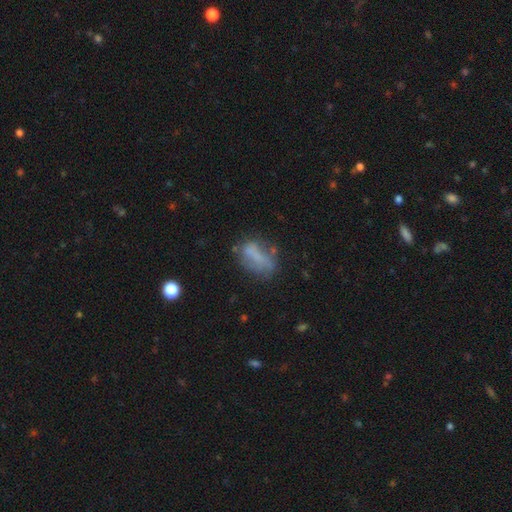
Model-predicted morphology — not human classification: smooth_or_featured: smooth (p=0.57) [alt: featured or disk p=0.30]
how_rounded: in between (p=0.78) [alt: cigar-shaped p=0.15]
merging: none (p=0.45) [alt: minor disturbance p=0.27]